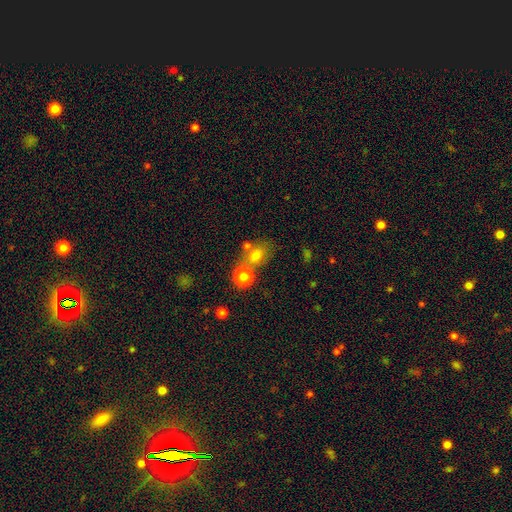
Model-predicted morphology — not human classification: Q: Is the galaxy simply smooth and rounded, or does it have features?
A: smooth — 72%.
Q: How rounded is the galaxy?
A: in between — 49%, tied with round.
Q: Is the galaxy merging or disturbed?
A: none — 51%.